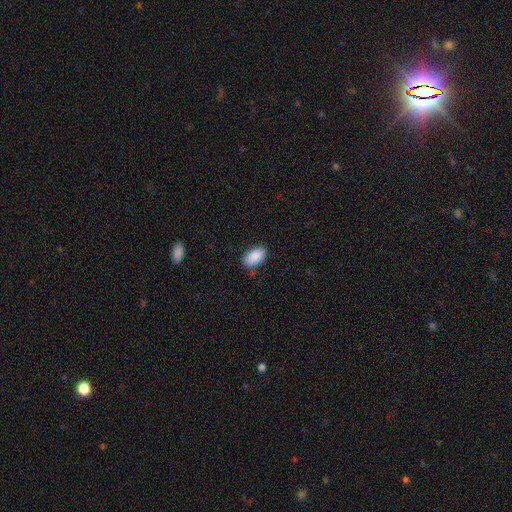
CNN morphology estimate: smooth 89%, star or artifact 7%, featured or disk 4%. Down the decision tree: how rounded — in between (94%); merging — none (80%).